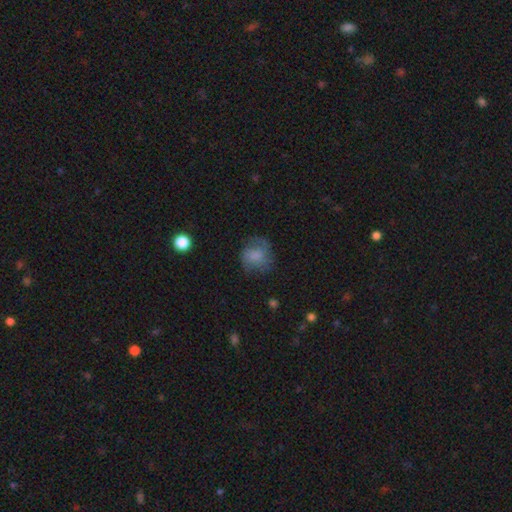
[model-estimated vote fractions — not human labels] The model was most divided on "merging": none: 58%, minor disturbance: 24%, major disturbance: 16%, merger: 2%. More confident: how rounded — round (75%); smooth or featured — smooth (65%).